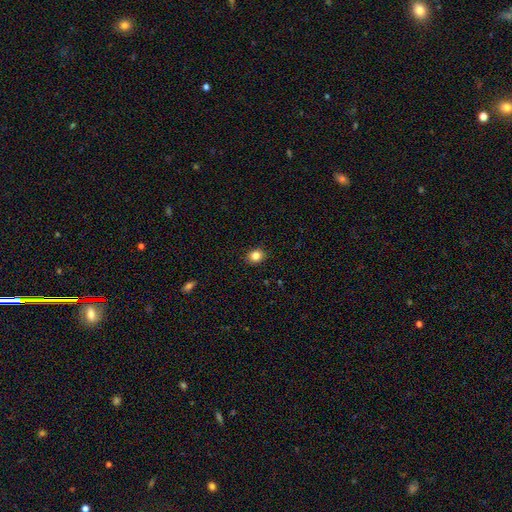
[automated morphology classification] Smooth or featured? Predicted: smooth (p=0.84). How rounded? Predicted: round (p=0.63). Merging? Predicted: none (p=0.90).